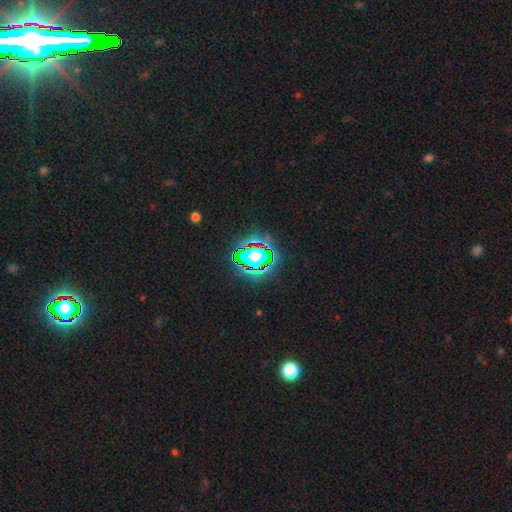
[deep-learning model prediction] Q: Smooth or featured?
A: star or artifact (60%); runner-up: smooth (25%)